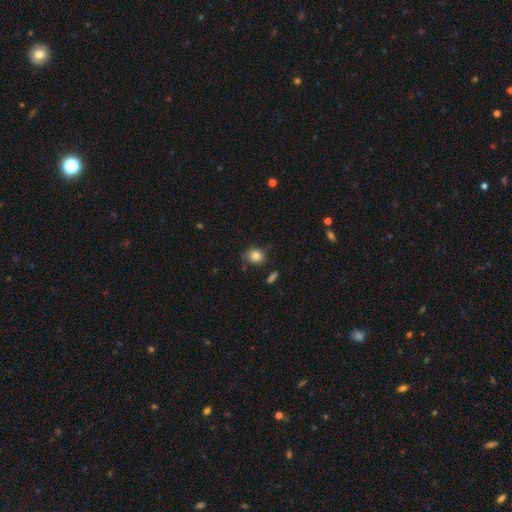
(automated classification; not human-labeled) Morphology: type=smooth (82%); roundness=round (73%); merging=none (71%).